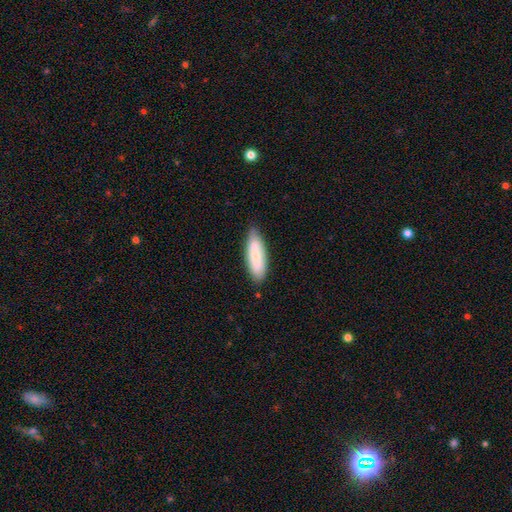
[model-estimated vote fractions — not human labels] smooth_or_featured: smooth (p=0.77) [alt: featured or disk p=0.17]
how_rounded: in between (p=0.57) [alt: cigar-shaped p=0.41]
merging: none (p=0.82) [alt: minor disturbance p=0.14]